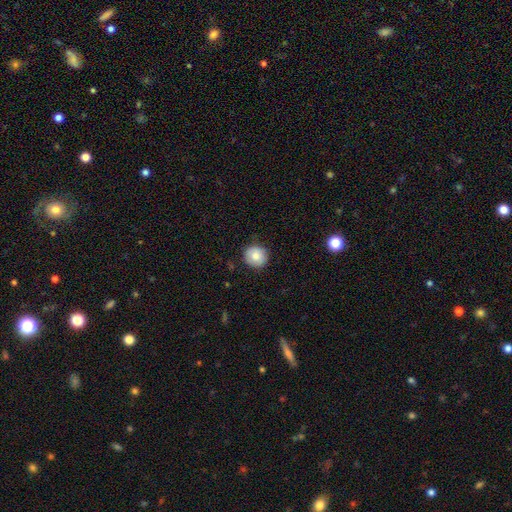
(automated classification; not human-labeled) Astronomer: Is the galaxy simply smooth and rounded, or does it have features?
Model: smooth — 81%.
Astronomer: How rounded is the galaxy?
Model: round — 92%.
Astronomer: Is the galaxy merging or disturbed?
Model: none — 86%.